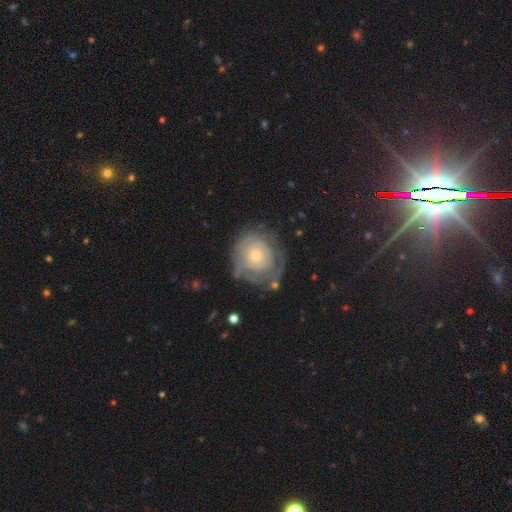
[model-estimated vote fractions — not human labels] Smooth or featured? featured or disk (69%)
Edge-on disk? no (97%)
Bar? no (85%)
Spiral arms? yes (72%)
Bulge size? small (62%)
Merging? none (59%)